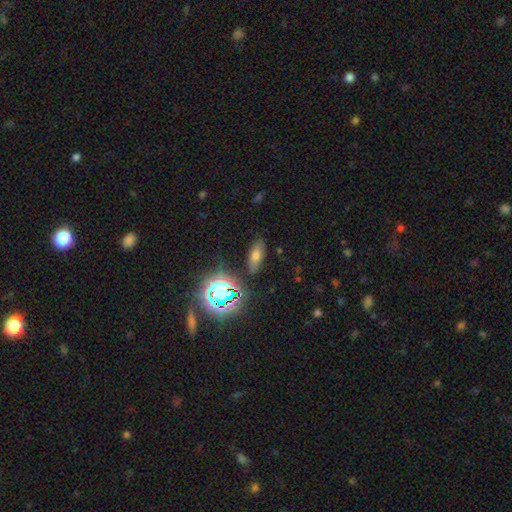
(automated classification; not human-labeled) Smooth or featured?
  - smooth: 60% *
  - star or artifact: 23%
  - featured or disk: 16%
How rounded?
  - in between: 72% *
  - cigar-shaped: 20%
  - round: 7%
Merging?
  - none: 81% *
  - minor disturbance: 12%
  - major disturbance: 4%
  - merger: 3%